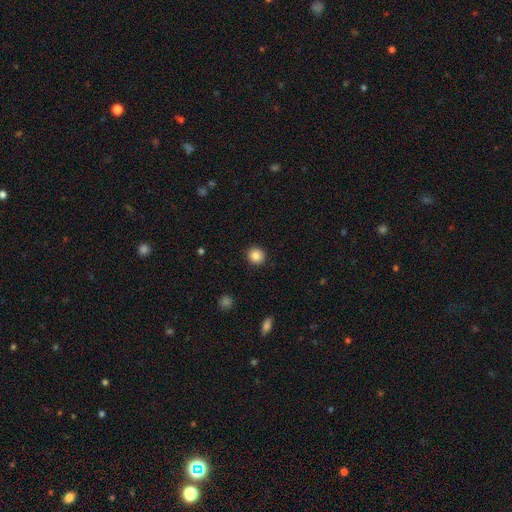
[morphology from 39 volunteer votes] Smooth or featured?
  - smooth: 85% *
  - star or artifact: 10%
  - featured or disk: 5%
How rounded?
  - round: 85% *
  - in between: 12%
  - cigar-shaped: 3%
Merging?
  - none: 91% *
  - minor disturbance: 6%
  - major disturbance: 3%
  - merger: 0%